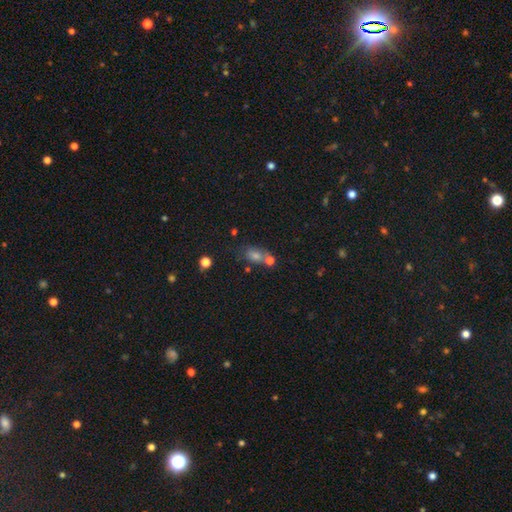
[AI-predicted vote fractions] smooth-or-featured: smooth: 71% | star or artifact: 15% | featured or disk: 14%
  how-rounded: in between: 73% | round: 24% | cigar-shaped: 3%
  merging: none: 42% | merger: 35% | minor disturbance: 16% | major disturbance: 8%